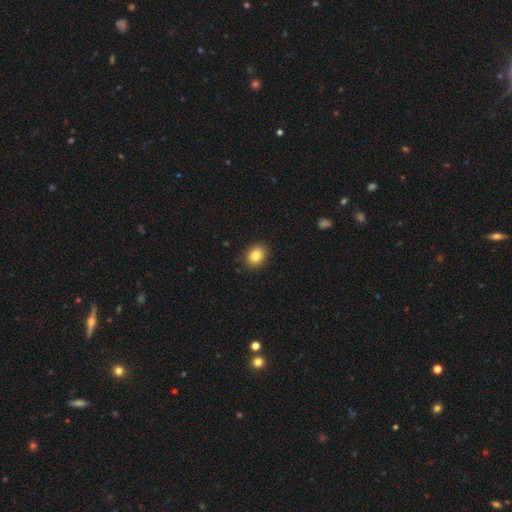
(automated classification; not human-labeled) Overall: smooth (84%). How rounded: in between (52%; round 47%). Merging: none (89%).